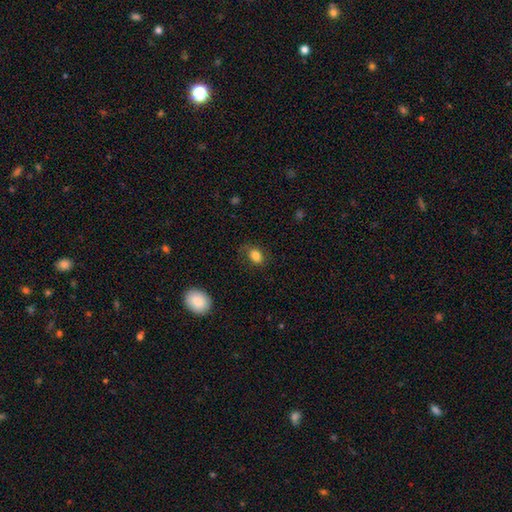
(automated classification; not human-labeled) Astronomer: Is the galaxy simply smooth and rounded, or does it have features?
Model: smooth — 82%.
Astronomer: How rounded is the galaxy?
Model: in between — 67%.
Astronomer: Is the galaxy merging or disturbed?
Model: none — 70%.